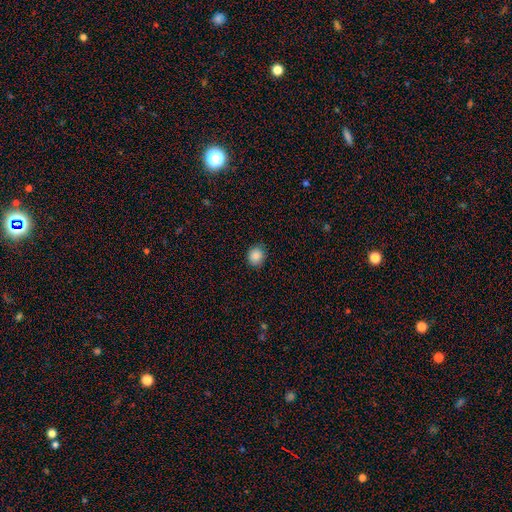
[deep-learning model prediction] Overall: smooth (87%). How rounded: round (82%). Merging: none (87%).